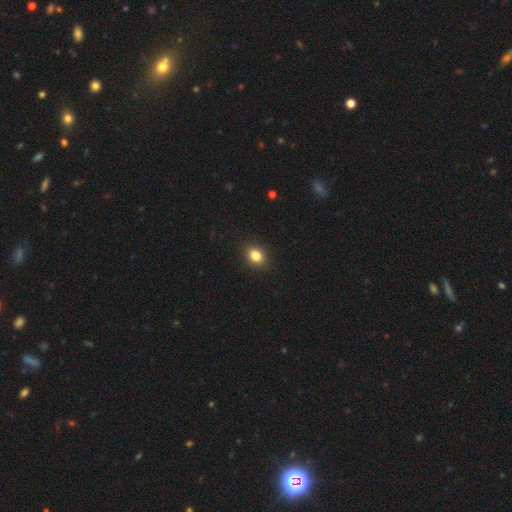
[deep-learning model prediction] This is clearly a smooth galaxy (84%). How rounded: possibly in between (51%). Merging: clearly none (90%).